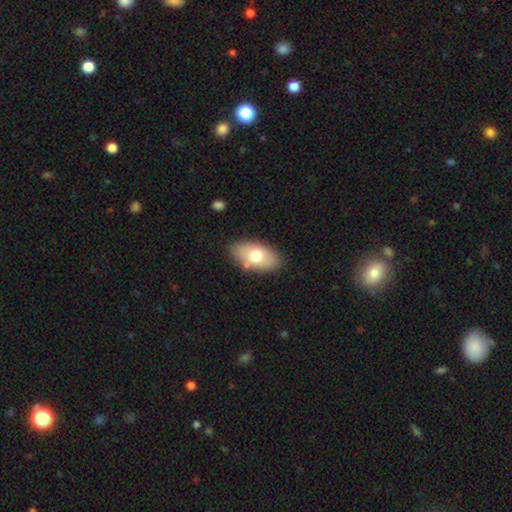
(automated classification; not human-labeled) This is likely a smooth galaxy (70%). How rounded: clearly in between (93%). Merging: clearly none (81%).